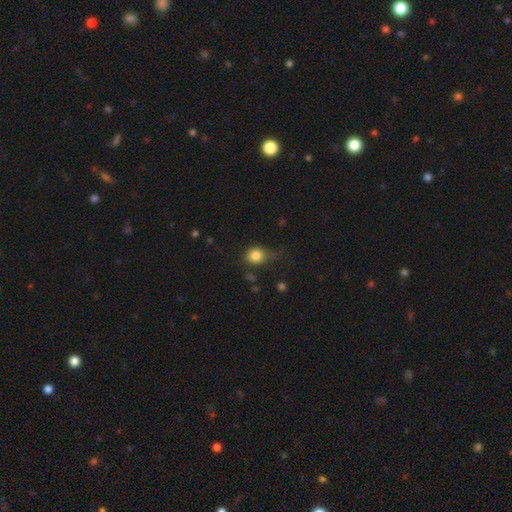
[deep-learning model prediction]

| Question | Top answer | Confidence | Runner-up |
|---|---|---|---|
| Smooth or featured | smooth | 82% | star or artifact (11%) |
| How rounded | round | 76% | in between (23%) |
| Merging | none | 59% | minor disturbance (28%) |